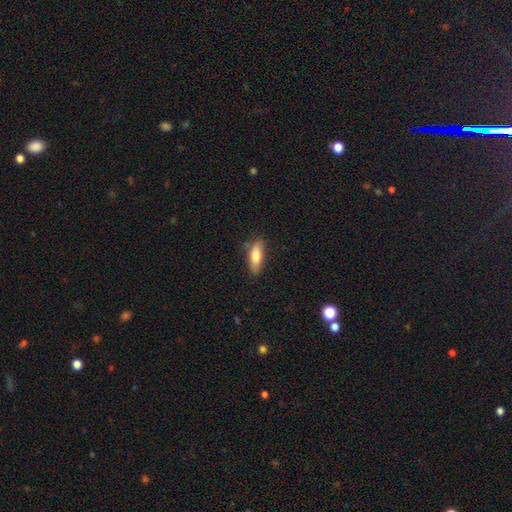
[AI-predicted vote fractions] Smooth or featured: smooth — 74% (featured or disk — 20%)
How rounded: in between — 58% (cigar-shaped — 39%)
Merging: none — 76% (minor disturbance — 18%)